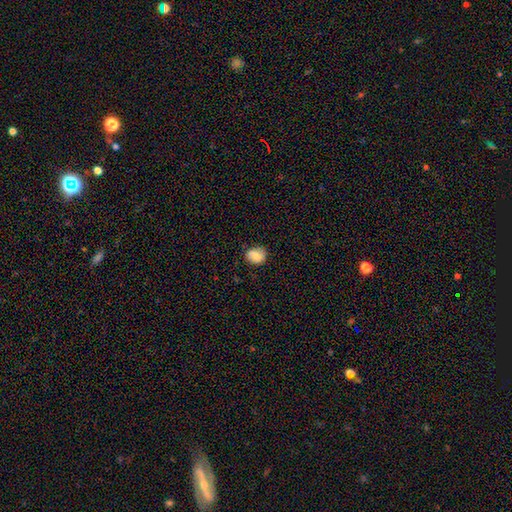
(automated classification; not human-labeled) This is likely a smooth galaxy (78%). How rounded: possibly round (56%). Merging: likely none (69%).